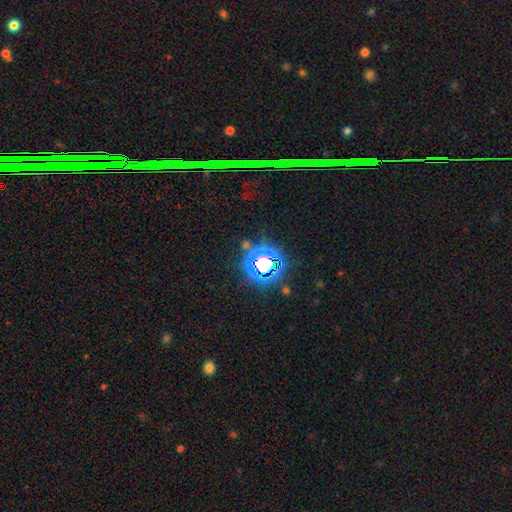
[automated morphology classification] Smooth or featured: star or artifact — 81% (smooth — 11%)